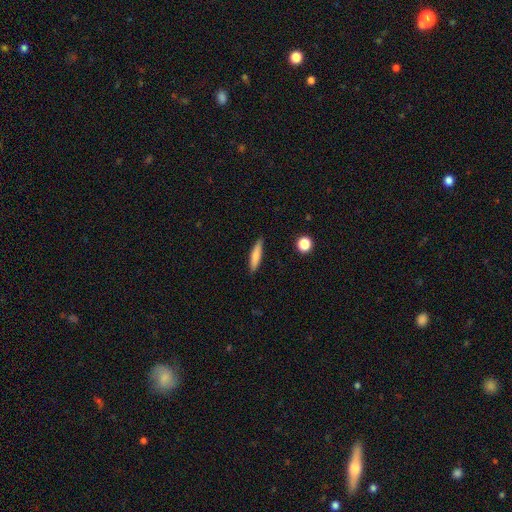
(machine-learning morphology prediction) This appears to be a smooth galaxy with no disk features (75%) that is cigar-shaped (83%). Merging: none (86%).